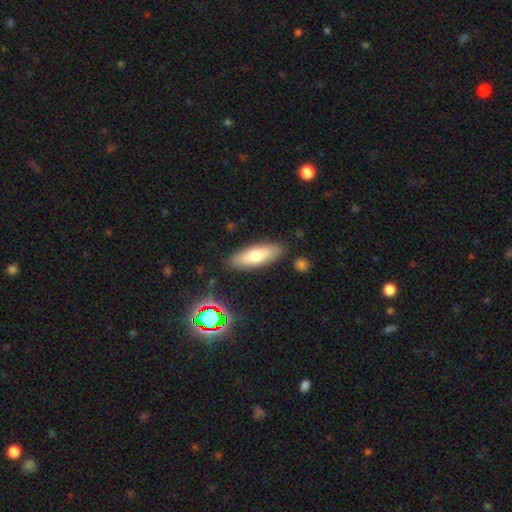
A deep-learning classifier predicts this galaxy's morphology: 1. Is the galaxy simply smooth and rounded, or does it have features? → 68% smooth, 24% featured or disk, 8% star or artifact.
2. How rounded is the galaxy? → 63% in between, 35% cigar-shaped, 2% round.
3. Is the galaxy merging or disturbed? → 86% none, 10% minor disturbance, 2% major disturbance, 2% merger.